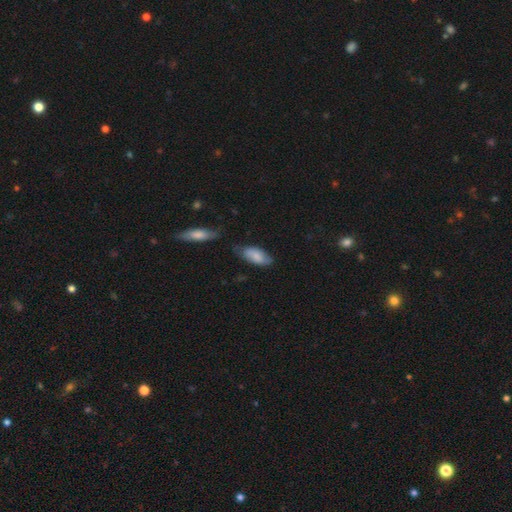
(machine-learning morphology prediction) Overall: smooth (79%). How rounded: in between (86%). Merging: none (61%; minor disturbance 28%).